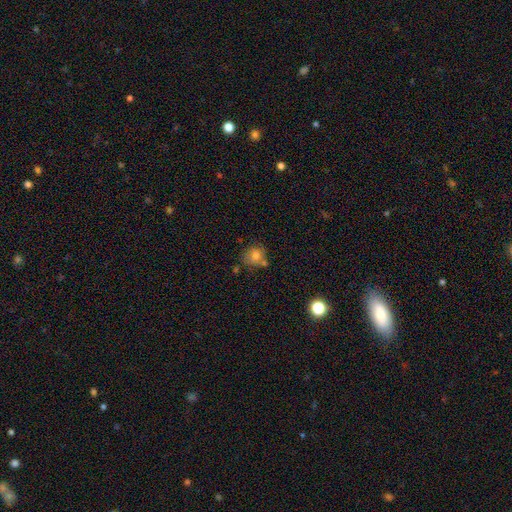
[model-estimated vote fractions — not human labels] A smooth galaxy with no disk features (74%) that is round (80%).

Vote fractions:
- Smooth or featured? smooth: 74% / featured or disk: 15% / star or artifact: 12%
- How rounded? round: 80% / in between: 19% / cigar-shaped: 1%
- Merging? none: 58% / minor disturbance: 19% / merger: 17% / major disturbance: 6%